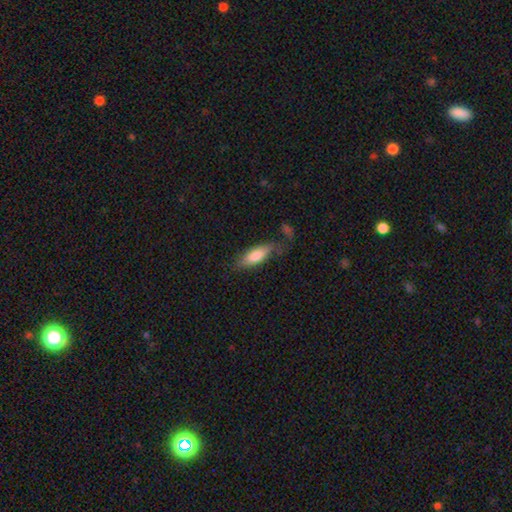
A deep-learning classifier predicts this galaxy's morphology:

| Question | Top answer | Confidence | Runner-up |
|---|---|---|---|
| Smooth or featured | smooth | 74% | featured or disk (19%) |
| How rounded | in between | 61% | cigar-shaped (37%) |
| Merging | none | 61% | minor disturbance (24%) |